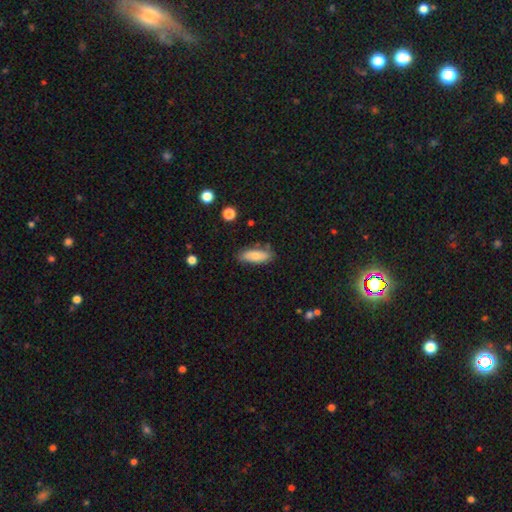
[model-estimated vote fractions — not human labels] A smooth galaxy with no disk features (77%) that is in between round and cigar-shaped (70%).

Vote fractions:
- Smooth or featured? smooth: 77% / featured or disk: 16% / star or artifact: 7%
- How rounded? in between: 70% / cigar-shaped: 28% / round: 2%
- Merging? none: 78% / minor disturbance: 16% / major disturbance: 3% / merger: 3%